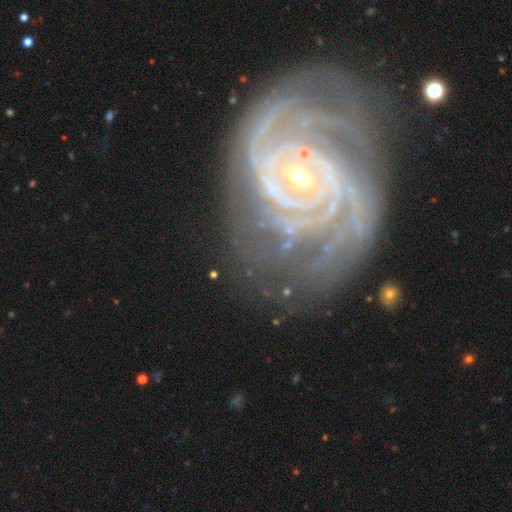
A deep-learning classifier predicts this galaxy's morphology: type=featured or disk (90%); edge-on=no (97%); bar=no (53%); spiral arms=yes (98%); winding=tight (77%); arm count=3 (20%, tied with 4); bulge=small (75%); merging=none (67%).